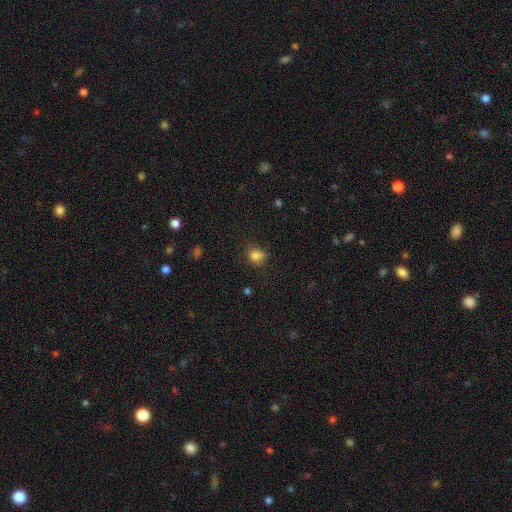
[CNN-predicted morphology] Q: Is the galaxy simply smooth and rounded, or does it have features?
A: smooth — 79%.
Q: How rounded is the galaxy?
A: round — 57%.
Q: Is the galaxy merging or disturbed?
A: none — 55%.